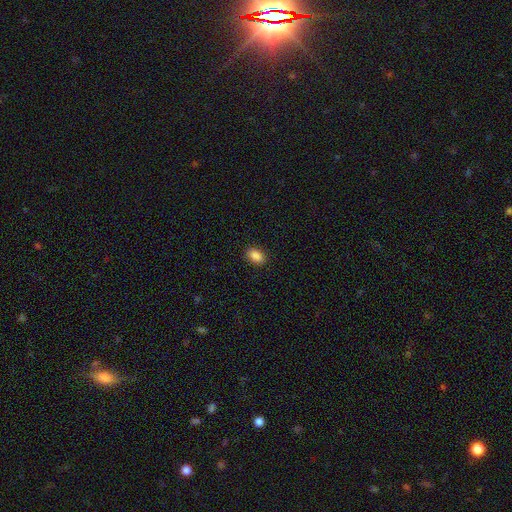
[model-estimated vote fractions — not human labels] A smooth galaxy with no disk features (88%) that is in between round and cigar-shaped (85%).

Vote fractions:
- Smooth or featured? smooth: 88% / star or artifact: 9% / featured or disk: 3%
- How rounded? in between: 85% / round: 13% / cigar-shaped: 1%
- Merging? none: 89% / minor disturbance: 8% / major disturbance: 2% / merger: 1%